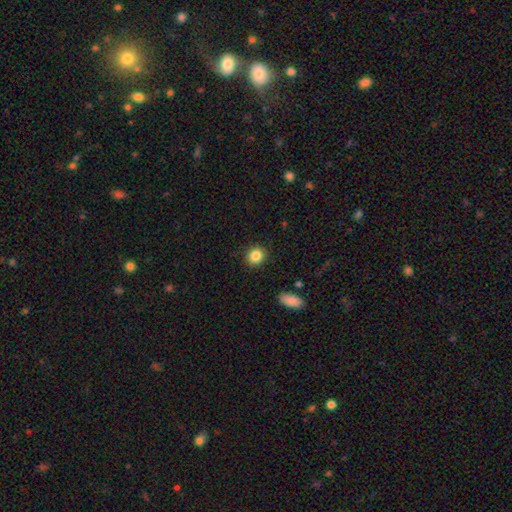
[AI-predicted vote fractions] Q: Smooth or featured?
A: smooth (85%); runner-up: star or artifact (9%)
Q: How rounded?
A: round (80%); runner-up: in between (19%)
Q: Merging?
A: none (89%); runner-up: minor disturbance (7%)